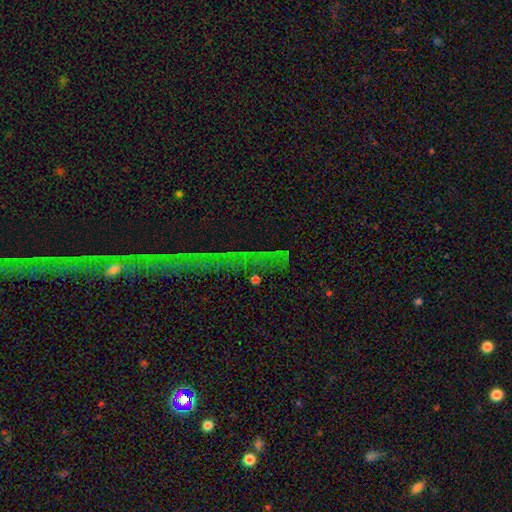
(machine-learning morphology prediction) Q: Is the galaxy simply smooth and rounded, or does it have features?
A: star or artifact — 69%.